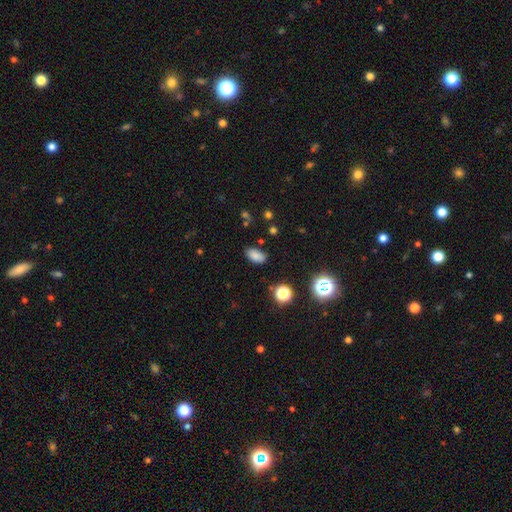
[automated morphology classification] Smooth or featured? smooth (82%)
How rounded? in between (91%)
Merging? none (80%)